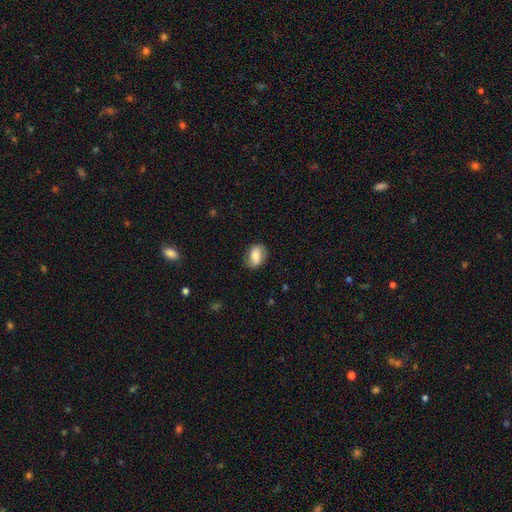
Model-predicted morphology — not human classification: Overall: smooth (62%; featured or disk 29%). How rounded: in between (77%). Merging: none (79%).